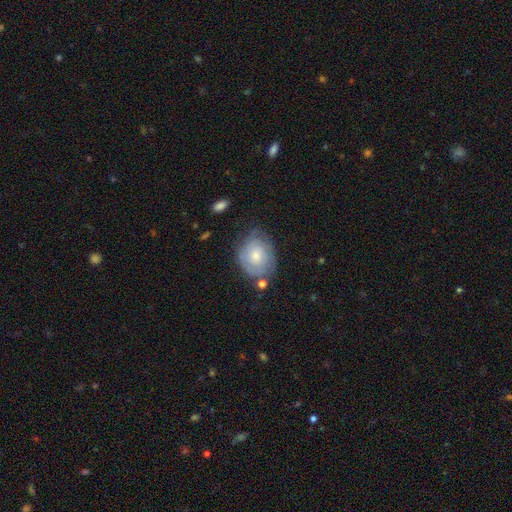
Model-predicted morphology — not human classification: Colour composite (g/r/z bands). It shows a smooth galaxy with no disk features (48%). Merging: none (58%).